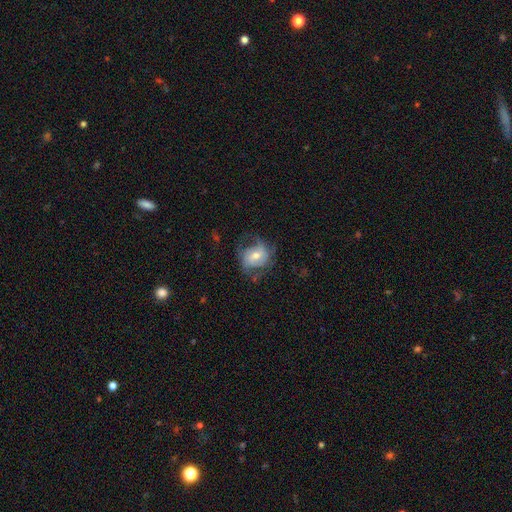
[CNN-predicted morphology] Overall: featured or disk (64%; smooth 29%). Edge-on disk: no (97%). Bar: no (44%; weak 41%). Spiral arms: yes (81%). Bulge size: moderate (64%; small 28%). Merging: none (54%; minor disturbance 24%).